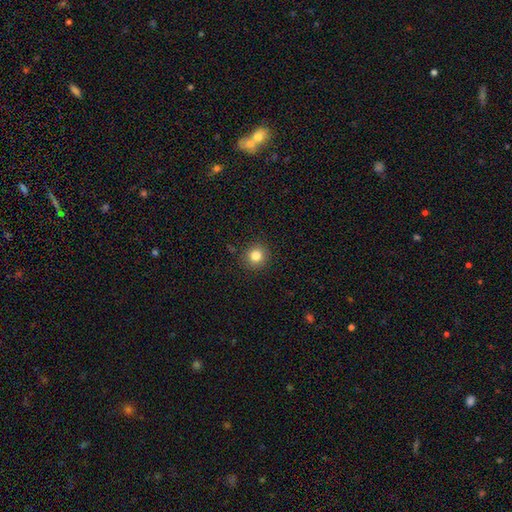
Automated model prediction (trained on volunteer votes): Smooth or featured? smooth (83%)
How rounded? round (93%)
Merging? none (90%)